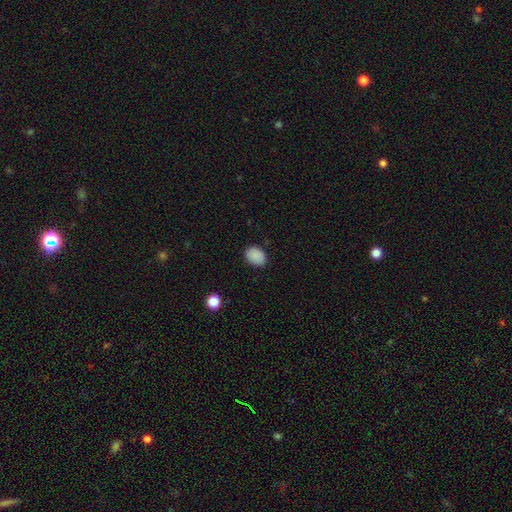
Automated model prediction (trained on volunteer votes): Smooth or featured? smooth (89%)
How rounded? in between (72%)
Merging? none (85%)